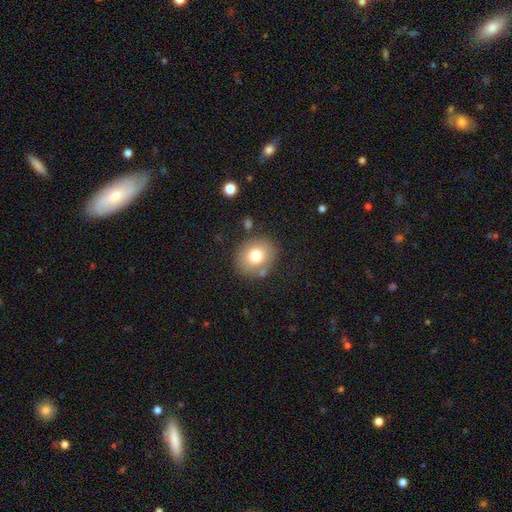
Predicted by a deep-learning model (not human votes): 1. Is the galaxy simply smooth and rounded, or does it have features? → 76% smooth, 14% featured or disk, 10% star or artifact.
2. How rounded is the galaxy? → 73% round, 26% in between, 1% cigar-shaped.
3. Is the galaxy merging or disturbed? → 80% none, 11% minor disturbance, 5% merger, 4% major disturbance.